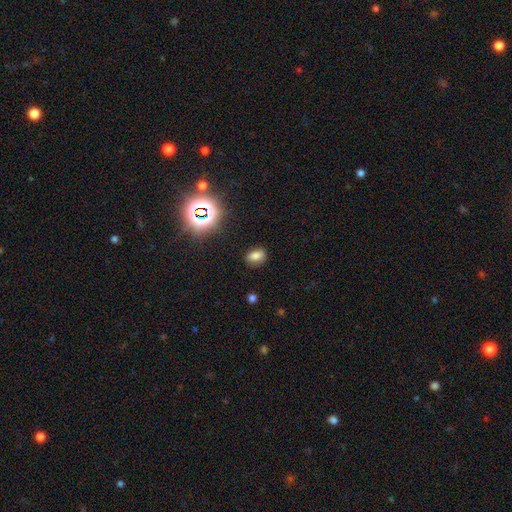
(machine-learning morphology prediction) smooth 72%, star or artifact 20%, featured or disk 8%. Down the decision tree: how rounded — in between (80%); merging — none (84%).